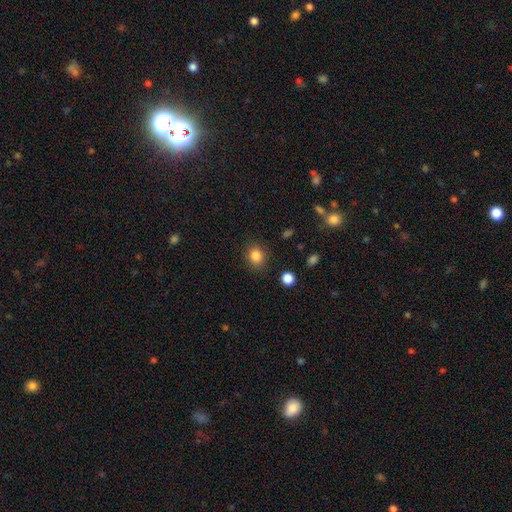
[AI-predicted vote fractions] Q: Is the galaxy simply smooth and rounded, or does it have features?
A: smooth — 85%.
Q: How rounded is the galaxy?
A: round — 72%.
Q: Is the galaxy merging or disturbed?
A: none — 85%.